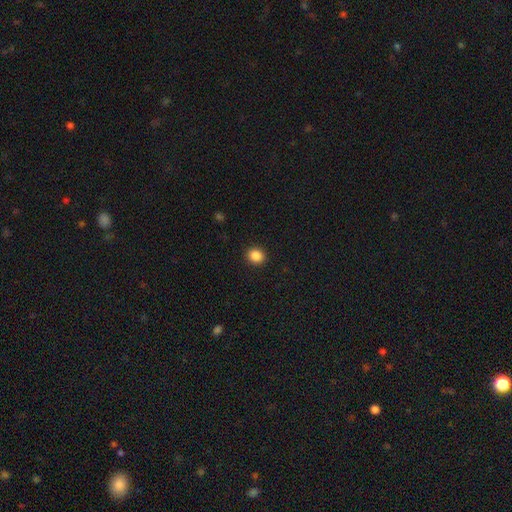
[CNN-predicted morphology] Smooth or featured? smooth (87%)
How rounded? round (81%)
Merging? none (92%)